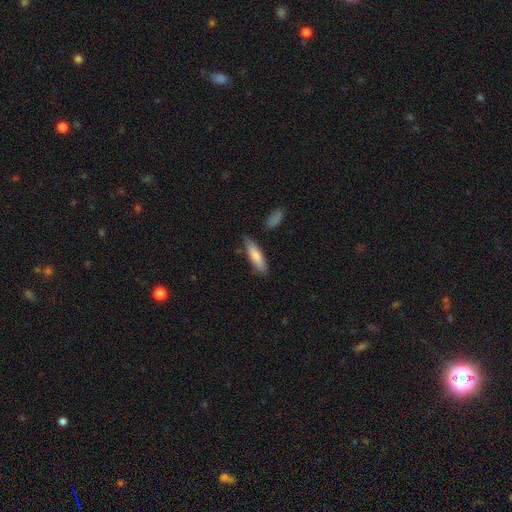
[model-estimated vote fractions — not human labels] A smooth galaxy with no disk features (77%) that is cigar-shaped (58%). Merging: none (73%).